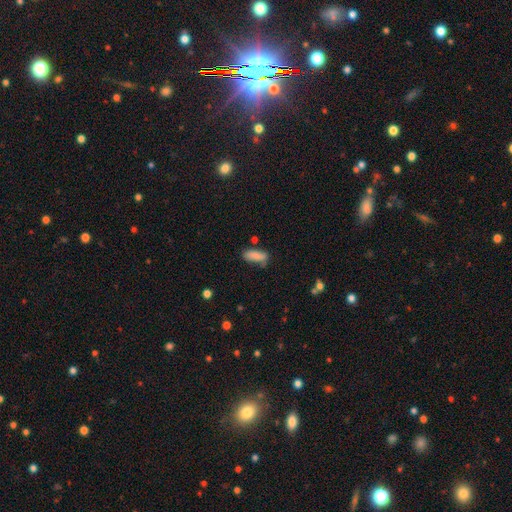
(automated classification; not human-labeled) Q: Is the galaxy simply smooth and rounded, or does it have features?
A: smooth — 85%.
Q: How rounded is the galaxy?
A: in between — 67%.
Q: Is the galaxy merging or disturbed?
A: none — 67%.